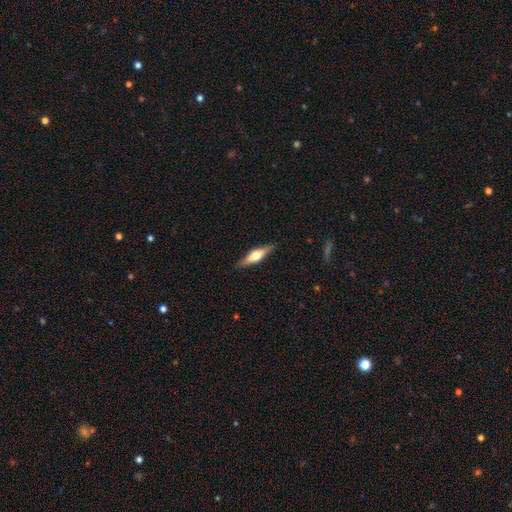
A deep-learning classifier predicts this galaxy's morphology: Smooth or featured? Predicted: featured or disk (p=0.56). Edge-on disk? Predicted: yes (p=0.94). Edge-on bulge? Predicted: rounded (p=0.90). Merging? Predicted: none (p=0.88).